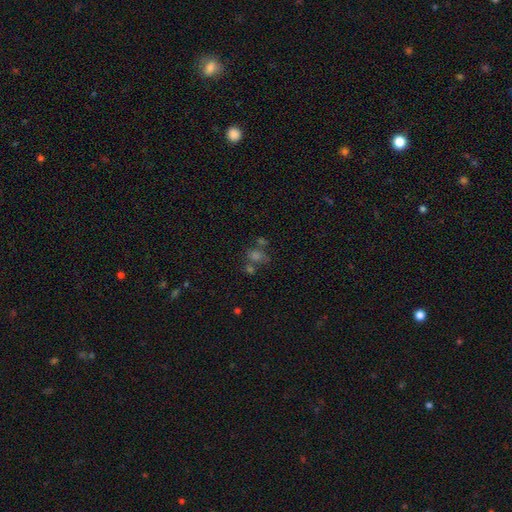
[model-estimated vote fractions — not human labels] Morphology: type=smooth (47%); merging=none (49%).